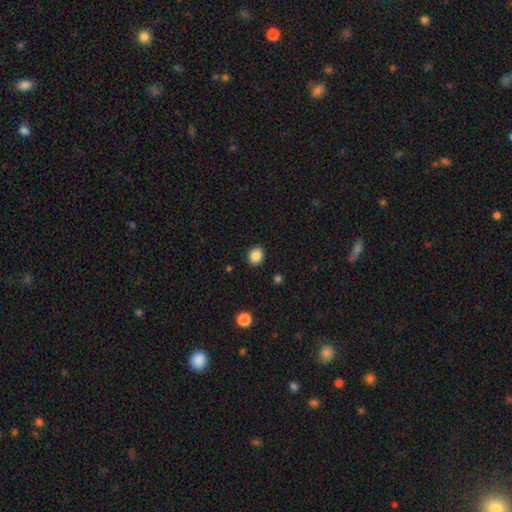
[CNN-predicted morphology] This is clearly a smooth galaxy (86%). How rounded: likely round (71%). Merging: clearly none (91%).